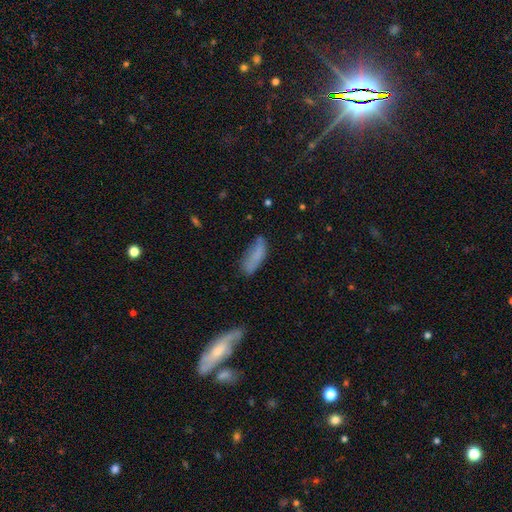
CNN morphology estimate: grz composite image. It shows a smooth galaxy with no disk features (73%) that is in between round and cigar-shaped (61%). Merging: none (59%).